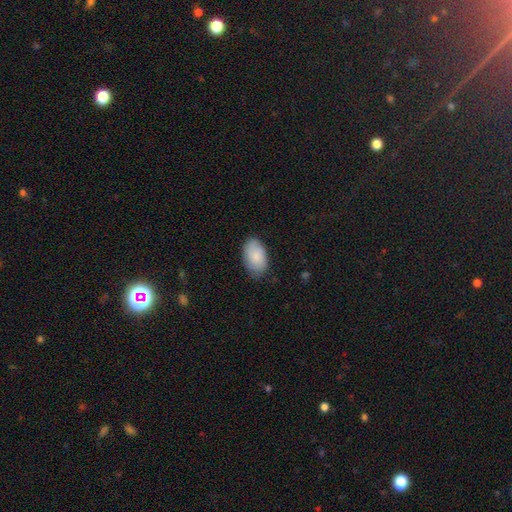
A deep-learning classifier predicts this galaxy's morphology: This appears to be a smooth galaxy with no disk features (85%) that is in between round and cigar-shaped (94%). Merging: none (78%).